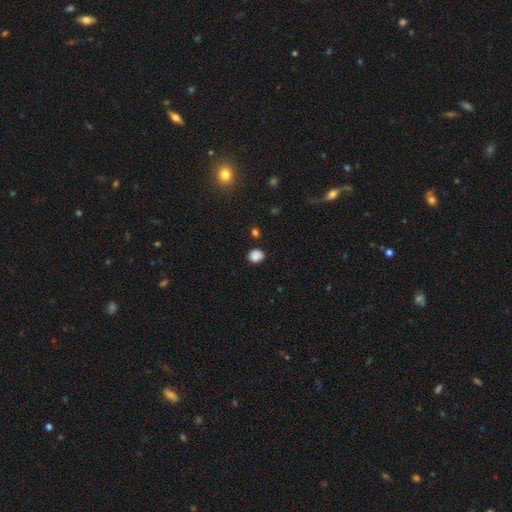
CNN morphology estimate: smooth-or-featured: smooth: 85% | star or artifact: 10% | featured or disk: 4%
  how-rounded: round: 71% | in between: 28% | cigar-shaped: 1%
  merging: none: 80% | minor disturbance: 14% | major disturbance: 3% | merger: 3%